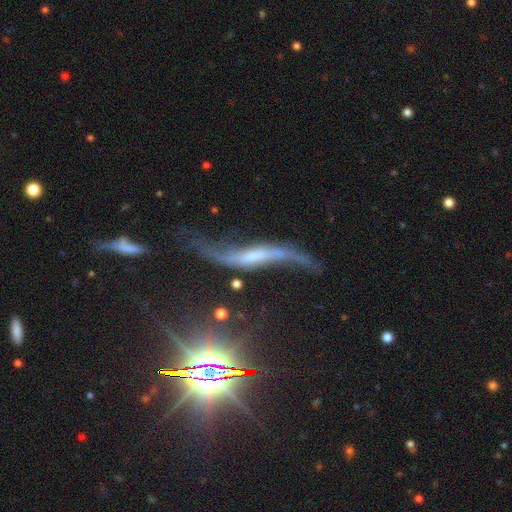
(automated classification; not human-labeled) This is likely a featured or disk galaxy (77%). It is likely not viewed edge-on (72%). Bar: marginally no (34%). Spiral arm pattern: clearly yes (91%). Spiral arm count: clearly 2 (90%). Spiral winding: clearly loose (93%). Central bulge: marginally small (39%). Merging: possibly none (50%).